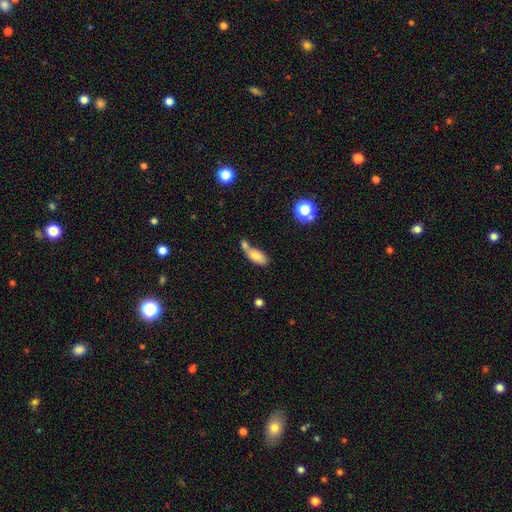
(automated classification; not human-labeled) smooth_or_featured: smooth (p=0.80) [alt: featured or disk p=0.11]
how_rounded: in between (p=0.84) [alt: cigar-shaped p=0.12]
merging: merger (p=0.50) [alt: none p=0.31]